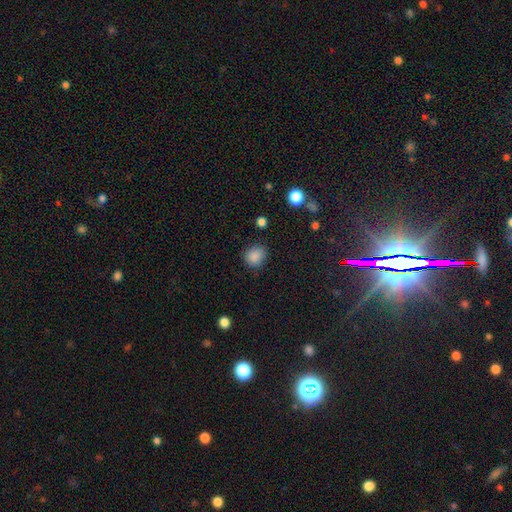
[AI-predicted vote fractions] smooth 85%, star or artifact 11%, featured or disk 4%. Down the decision tree: how rounded — round (71%); merging — none (77%).